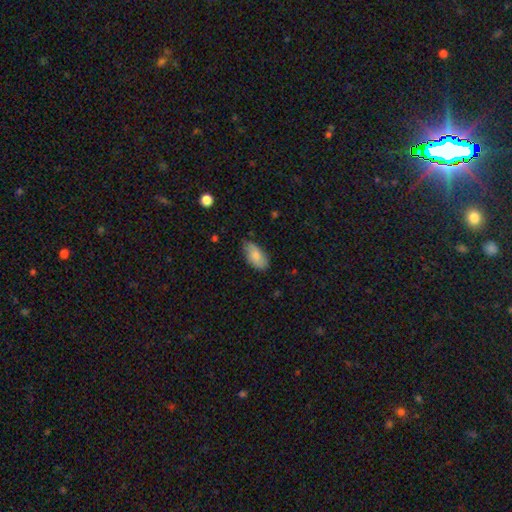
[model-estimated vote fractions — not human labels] Smooth or featured? Predicted: smooth (p=0.81). How rounded? Predicted: in between (p=0.93). Merging? Predicted: none (p=0.68).